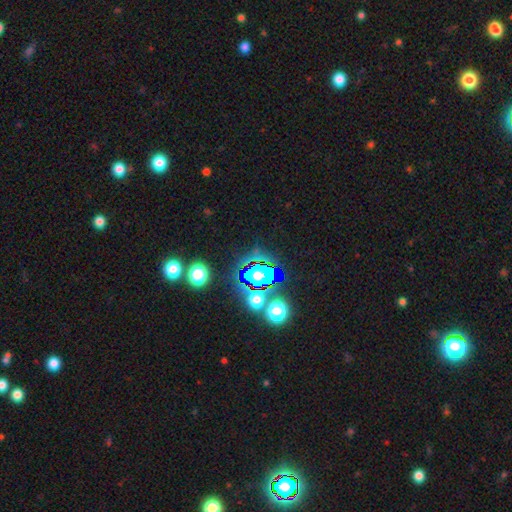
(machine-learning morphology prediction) Smooth or featured: star or artifact — 79% (smooth — 13%)